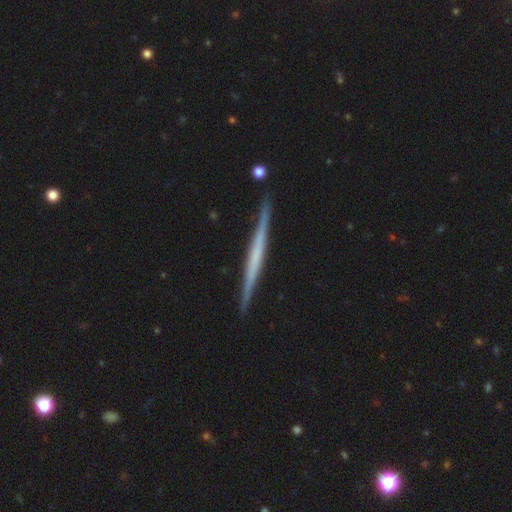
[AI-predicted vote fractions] Overall: featured or disk (67%; smooth 28%). Edge-on disk: yes (98%). Edge-on bulge: none (79%). Merging: none (90%).